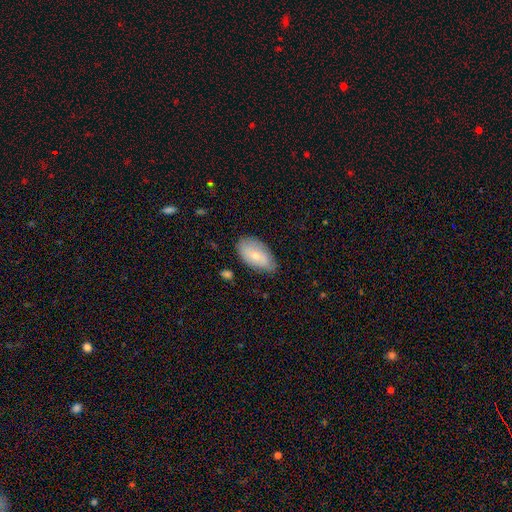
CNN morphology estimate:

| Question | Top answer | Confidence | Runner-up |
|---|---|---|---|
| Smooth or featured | smooth | 66% | featured or disk (27%) |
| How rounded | in between | 93% | round (5%) |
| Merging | none | 68% | minor disturbance (25%) |